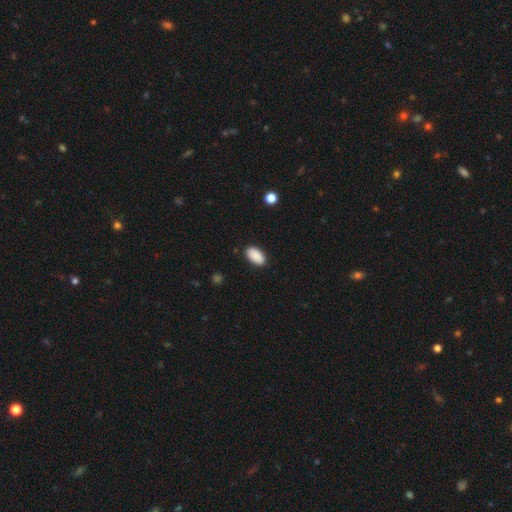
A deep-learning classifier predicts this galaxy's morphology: This is clearly a smooth galaxy (90%). How rounded: clearly in between (95%). Merging: clearly none (88%).